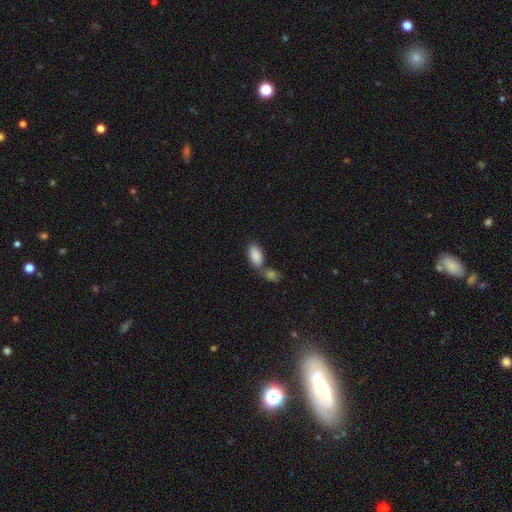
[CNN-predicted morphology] smooth-or-featured: smooth: 87% | star or artifact: 7% | featured or disk: 6%
  how-rounded: in between: 94% | cigar-shaped: 4% | round: 3%
  merging: merger: 44% | none: 41% | minor disturbance: 11% | major disturbance: 4%